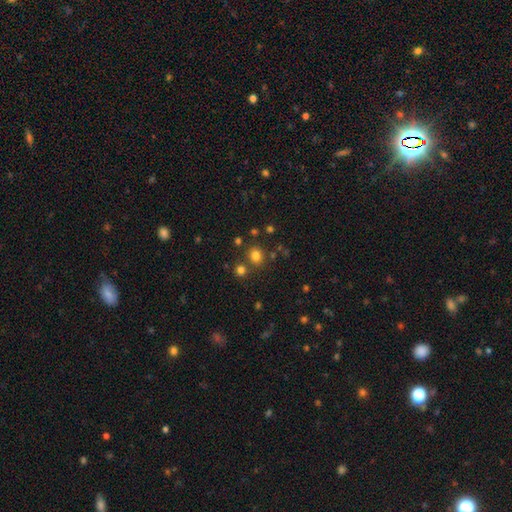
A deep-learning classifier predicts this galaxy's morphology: Smooth or featured? Predicted: smooth (p=0.78). How rounded? Predicted: round (p=0.71). Merging? Predicted: none (p=0.77).